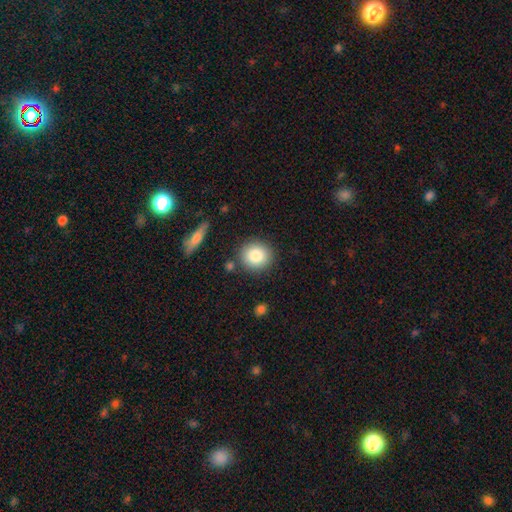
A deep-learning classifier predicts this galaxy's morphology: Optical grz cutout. It shows a smooth galaxy with no disk features (84%) that is round (88%). Merging: none (85%).